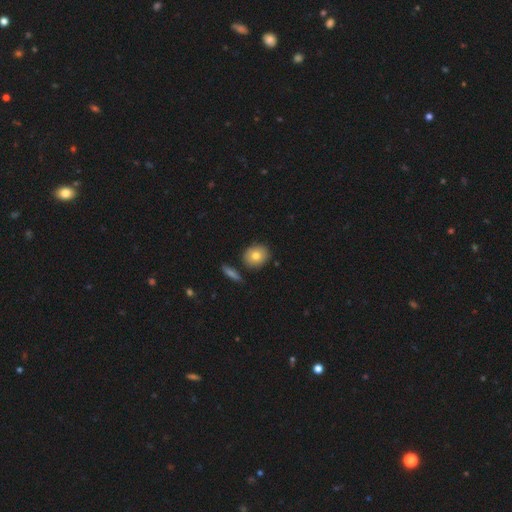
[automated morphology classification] Smooth or featured? smooth (77%)
How rounded? round (73%)
Merging? none (84%)